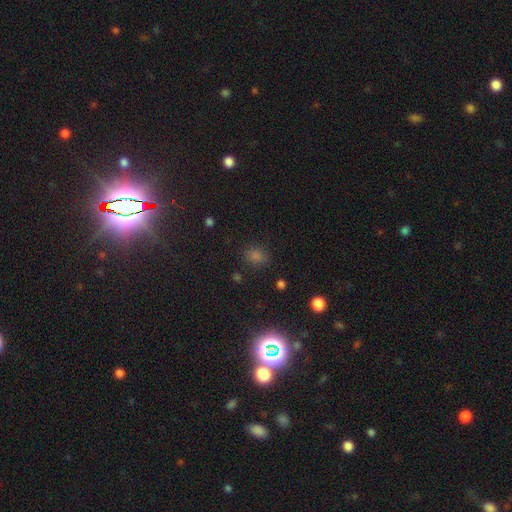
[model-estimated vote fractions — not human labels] Overall: smooth (58%; star or artifact 36%). How rounded: round (62%; in between 37%). Merging: none (85%).